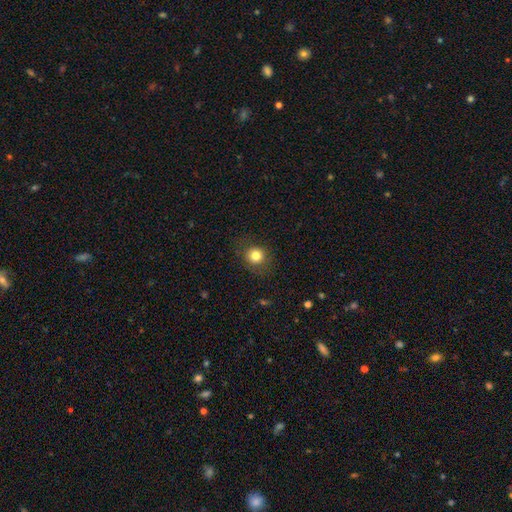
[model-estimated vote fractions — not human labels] The model was most divided on "smooth or featured": smooth: 81%, star or artifact: 12%, featured or disk: 7%. More confident: how rounded — round (87%); merging — none (83%).